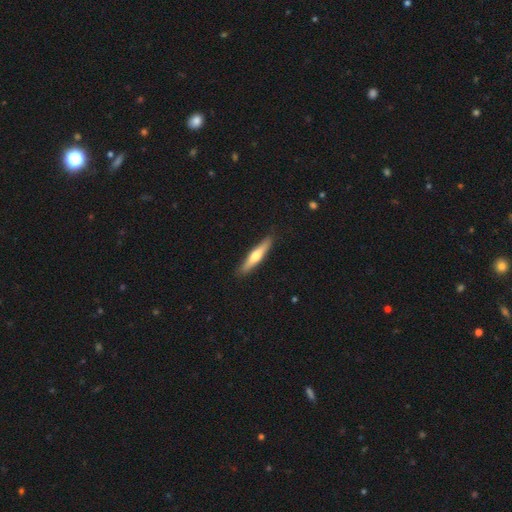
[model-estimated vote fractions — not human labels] This is possibly a smooth galaxy (51%). How rounded: clearly cigar-shaped (89%). Merging: clearly none (89%).